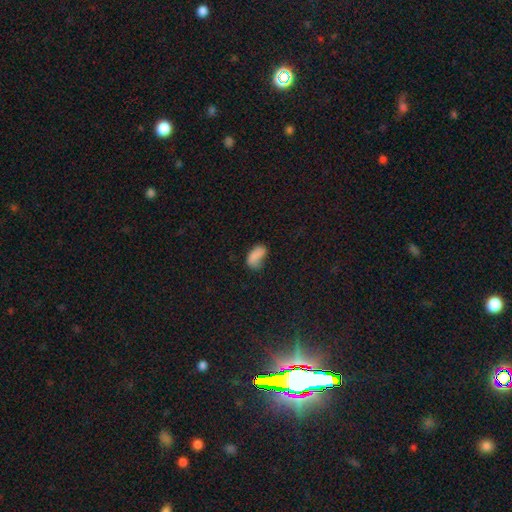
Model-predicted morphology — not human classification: Smooth or featured: smooth — 80% (star or artifact — 10%)
How rounded: in between — 92% (round — 5%)
Merging: none — 44% (minor disturbance — 33%)